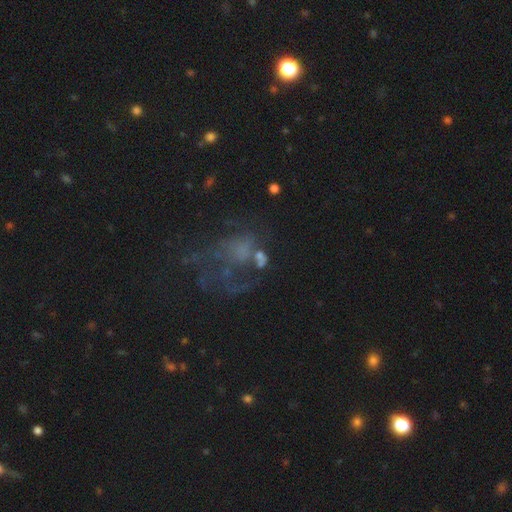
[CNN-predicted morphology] Smooth or featured? Predicted: featured or disk (p=0.52). Edge-on disk? Predicted: no (p=0.97). Bar? Predicted: no (p=0.86). Spiral arms? Predicted: no (p=0.68). Bulge size? Predicted: none (p=0.57). Merging? Predicted: major disturbance (p=0.45).